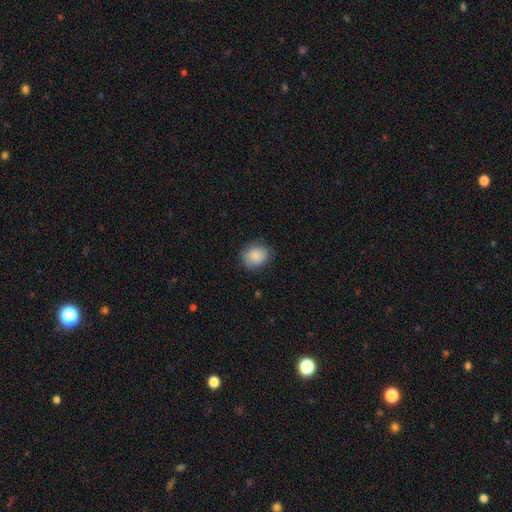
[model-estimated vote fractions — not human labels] This is clearly a smooth galaxy (85%). How rounded: likely round (72%). Merging: likely none (78%).